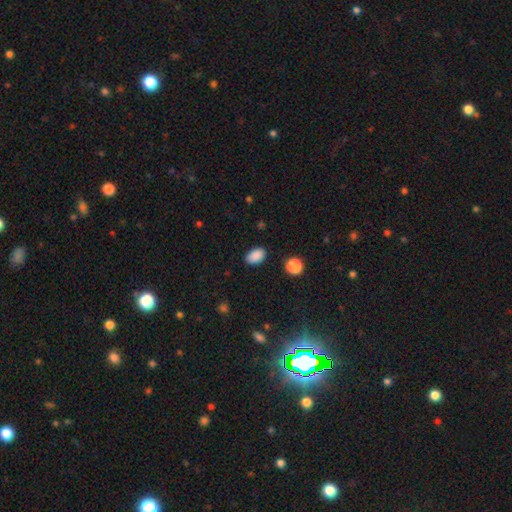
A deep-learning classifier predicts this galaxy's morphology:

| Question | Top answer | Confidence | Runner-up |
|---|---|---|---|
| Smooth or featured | smooth | 88% | star or artifact (9%) |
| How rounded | in between | 88% | round (11%) |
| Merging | none | 86% | minor disturbance (10%) |